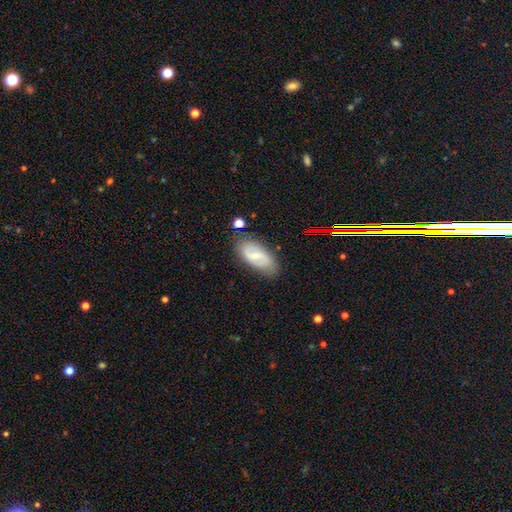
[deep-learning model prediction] Smooth or featured: featured or disk — 62% (smooth — 30%)
Edge-on disk: no — 93% (yes — 7%)
Bar: weak — 52% (strong — 26%)
Spiral arms: yes — 84% (no — 16%)
Bulge size: small — 63% (moderate — 27%)
Merging: none — 81% (minor disturbance — 14%)